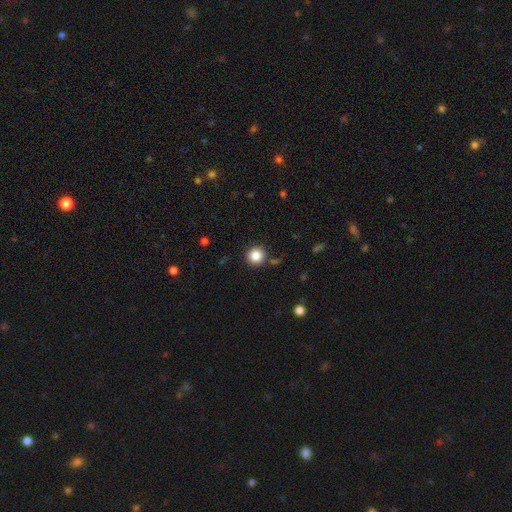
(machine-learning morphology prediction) Smooth or featured: smooth — 85% (star or artifact — 10%)
How rounded: round — 95% (in between — 4%)
Merging: none — 88% (minor disturbance — 7%)